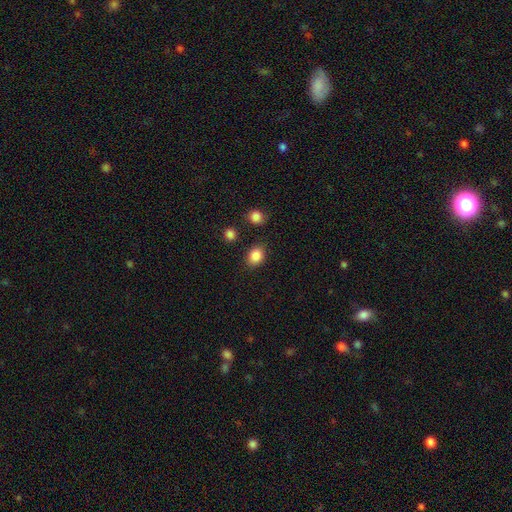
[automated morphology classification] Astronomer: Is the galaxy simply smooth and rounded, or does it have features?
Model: smooth — 86%.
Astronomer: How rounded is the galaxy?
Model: in between — 58% (runner-up: round, 41%).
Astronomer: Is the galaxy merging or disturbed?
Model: none — 83%.